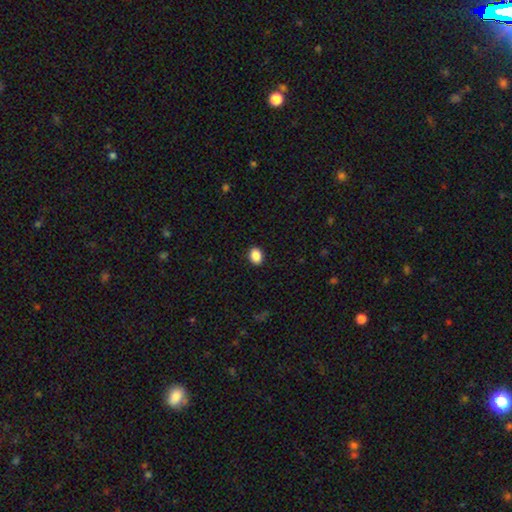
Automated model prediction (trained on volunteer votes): A smooth galaxy with no disk features (89%) that is in between round and cigar-shaped (71%). Merging: none (91%).